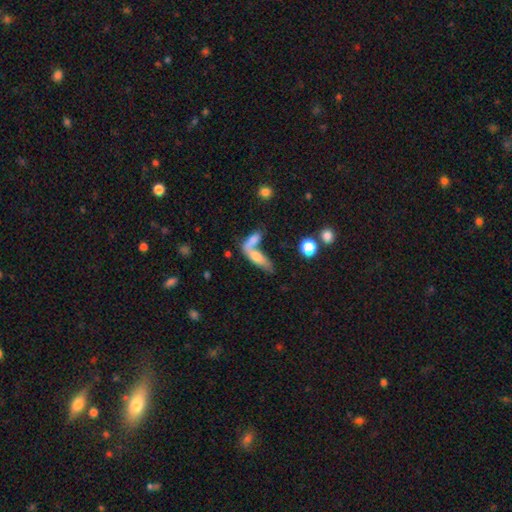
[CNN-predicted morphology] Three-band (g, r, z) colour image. It shows a smooth galaxy with no disk features (60%) that is cigar-shaped (49%). Merging: merger (57%).